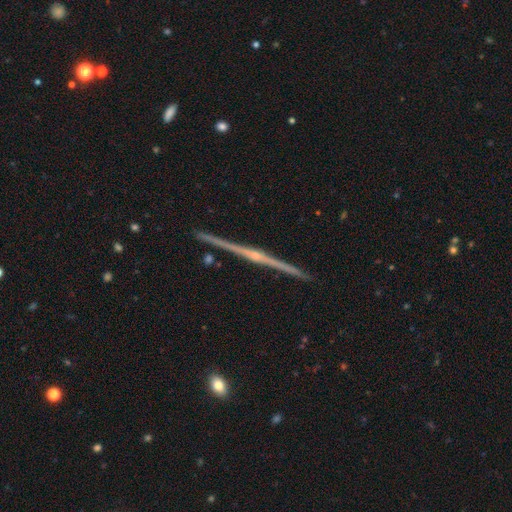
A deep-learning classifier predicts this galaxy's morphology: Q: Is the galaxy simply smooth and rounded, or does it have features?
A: featured or disk — 89%.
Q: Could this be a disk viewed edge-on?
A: yes — 99%.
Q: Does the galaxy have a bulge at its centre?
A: rounded — 77%.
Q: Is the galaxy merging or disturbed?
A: none — 93%.